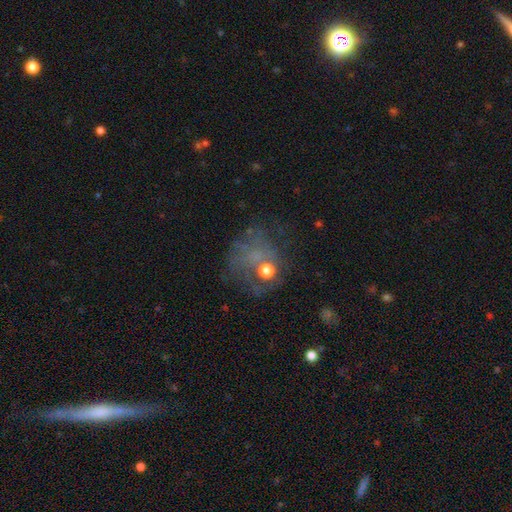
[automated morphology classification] type=smooth (40%); merging=none (45%).